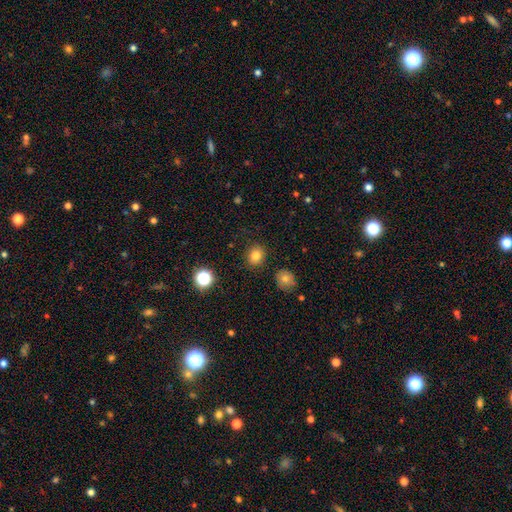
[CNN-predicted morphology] A smooth galaxy with no disk features (81%) that is round (72%). Merging: none (87%).